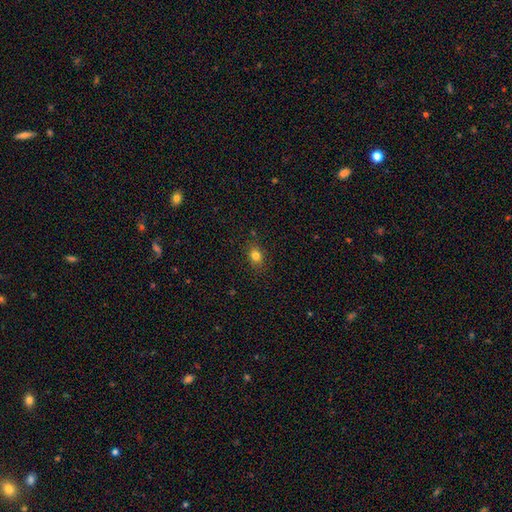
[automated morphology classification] smooth_or_featured: smooth (p=0.81) [alt: star or artifact p=0.13]
how_rounded: in between (p=0.54) [alt: round p=0.45]
merging: none (p=0.84) [alt: minor disturbance p=0.11]